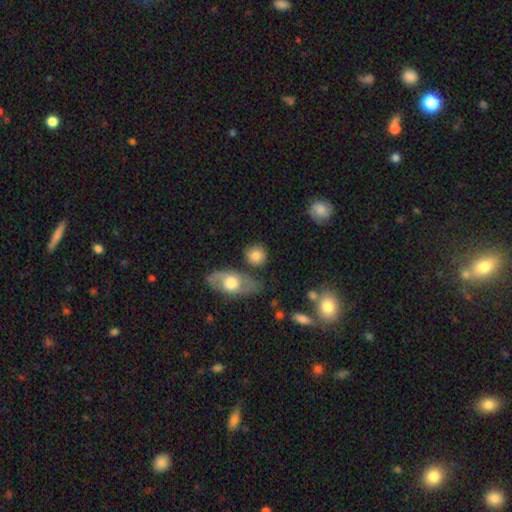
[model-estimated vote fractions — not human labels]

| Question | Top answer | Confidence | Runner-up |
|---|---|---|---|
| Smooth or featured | smooth | 78% | featured or disk (14%) |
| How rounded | round | 75% | in between (22%) |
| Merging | none | 74% | minor disturbance (13%) |